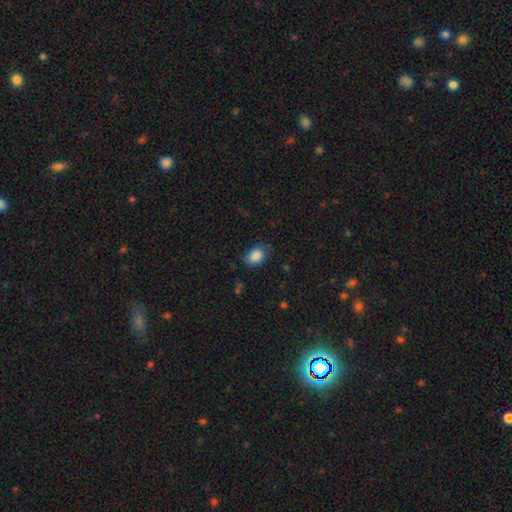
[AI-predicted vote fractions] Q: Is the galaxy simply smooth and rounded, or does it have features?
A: smooth — 86%.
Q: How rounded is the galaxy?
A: in between — 74%.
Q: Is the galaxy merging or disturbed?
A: none — 71%.